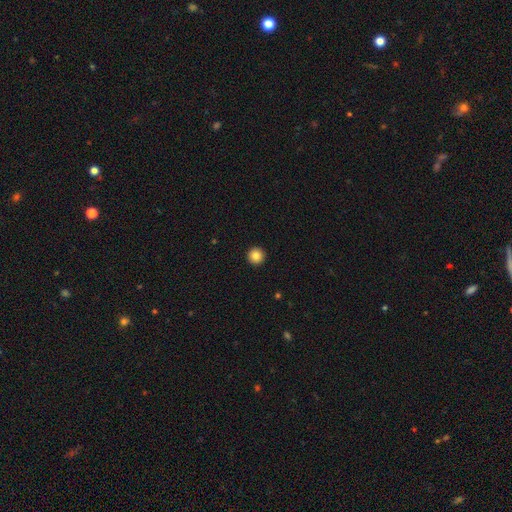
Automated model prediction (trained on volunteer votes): Q: Smooth or featured?
A: smooth (85%); runner-up: star or artifact (10%)
Q: How rounded?
A: round (97%); runner-up: in between (2%)
Q: Merging?
A: none (94%); runner-up: minor disturbance (4%)